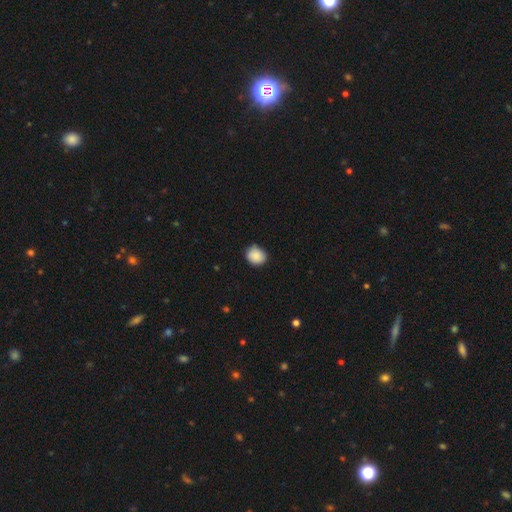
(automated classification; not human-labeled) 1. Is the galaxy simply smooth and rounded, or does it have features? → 88% smooth, 8% star or artifact, 4% featured or disk.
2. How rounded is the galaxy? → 68% round, 31% in between, 1% cigar-shaped.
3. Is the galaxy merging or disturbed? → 85% none, 12% minor disturbance, 2% major disturbance, 1% merger.